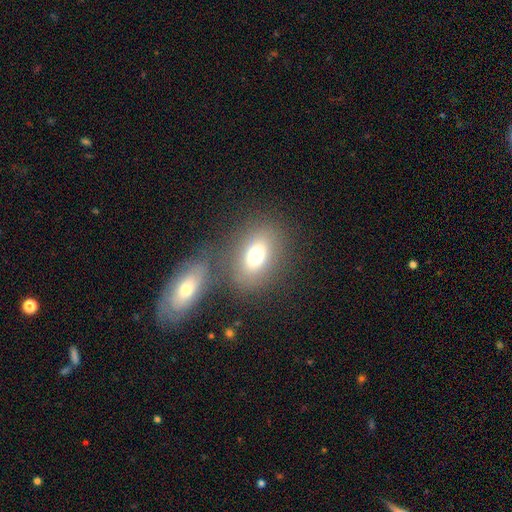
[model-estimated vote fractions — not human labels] This appears to be a smooth galaxy with no disk features (71%) that is in between round and cigar-shaped (70%). Merging: none (65%).